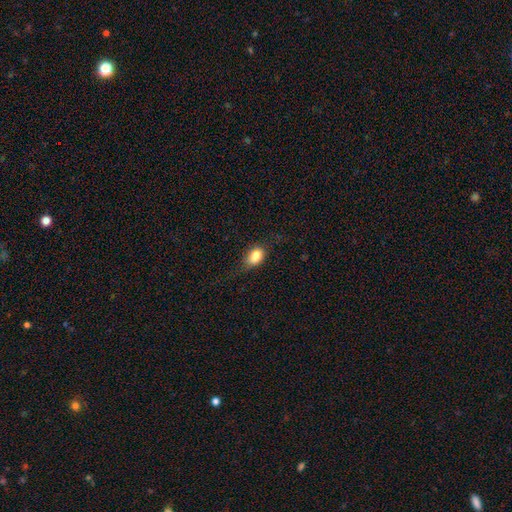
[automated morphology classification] smooth 83%, star or artifact 9%, featured or disk 8%. Down the decision tree: how rounded — in between (82%); merging — none (62%).